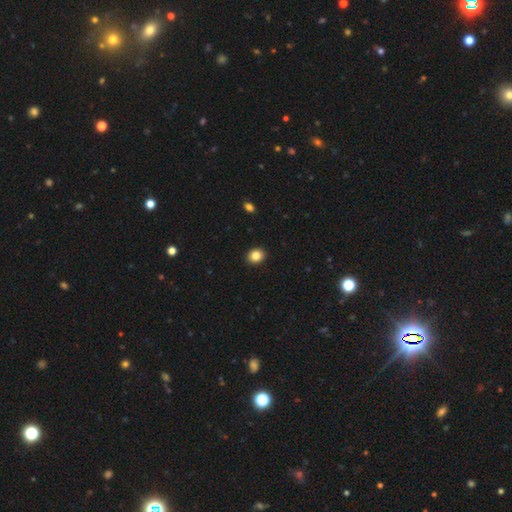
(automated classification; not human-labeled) Smooth or featured? smooth (86%)
How rounded? round (60%)
Merging? none (92%)